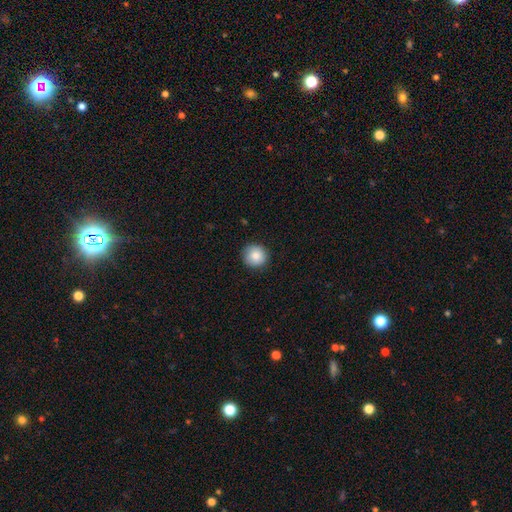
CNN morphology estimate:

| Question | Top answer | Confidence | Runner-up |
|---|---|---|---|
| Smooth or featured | smooth | 86% | star or artifact (8%) |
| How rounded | round | 93% | in between (6%) |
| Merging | none | 90% | minor disturbance (7%) |